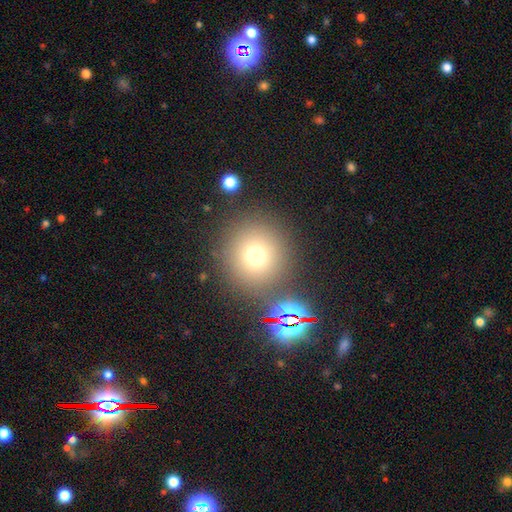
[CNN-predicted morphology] Q: Smooth or featured?
A: smooth (70%); runner-up: star or artifact (20%)
Q: How rounded?
A: round (92%); runner-up: in between (7%)
Q: Merging?
A: none (77%); runner-up: merger (11%)